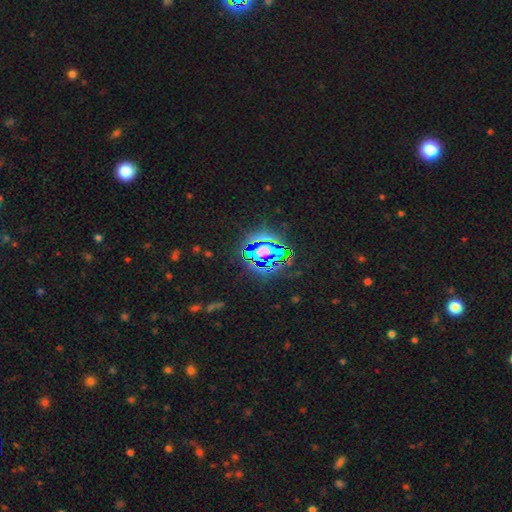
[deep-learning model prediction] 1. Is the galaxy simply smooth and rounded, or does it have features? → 80% star or artifact, 12% smooth, 8% featured or disk.